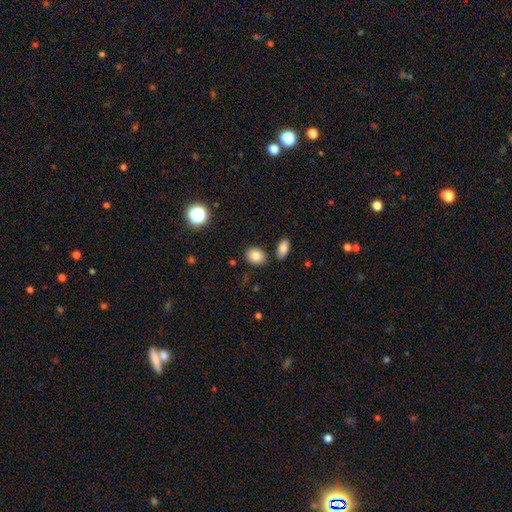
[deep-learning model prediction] Smooth or featured? Predicted: smooth (p=0.83). How rounded? Predicted: in between (p=0.62). Merging? Predicted: none (p=0.79).